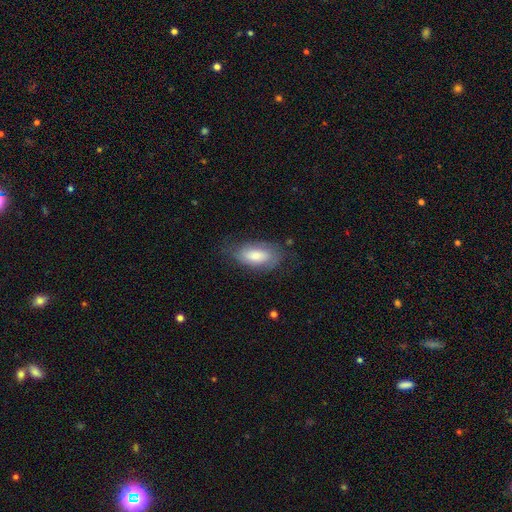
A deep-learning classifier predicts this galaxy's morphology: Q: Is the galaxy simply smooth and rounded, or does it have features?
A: smooth — 65%.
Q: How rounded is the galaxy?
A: in between — 92%.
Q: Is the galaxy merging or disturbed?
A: none — 66%.